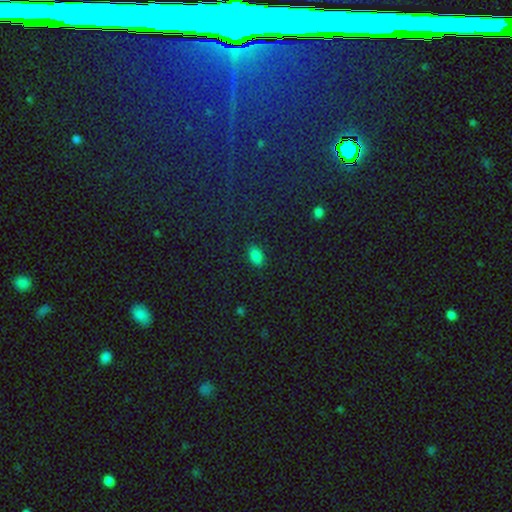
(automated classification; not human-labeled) Smooth or featured? Predicted: smooth (p=0.81). How rounded? Predicted: in between (p=0.92). Merging? Predicted: none (p=0.87).